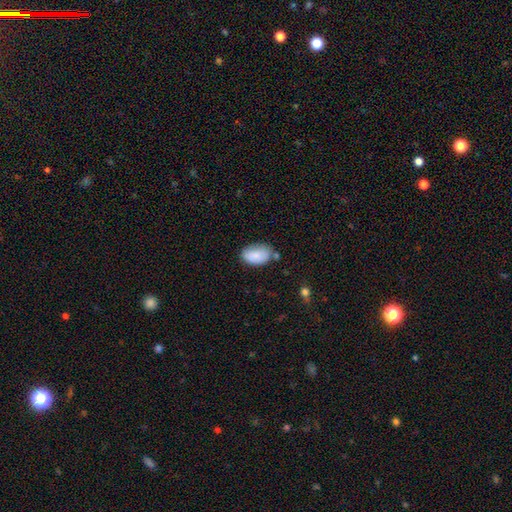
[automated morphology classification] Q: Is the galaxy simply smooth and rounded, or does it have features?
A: smooth — 85%.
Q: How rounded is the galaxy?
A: in between — 92%.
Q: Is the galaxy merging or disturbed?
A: none — 67%.